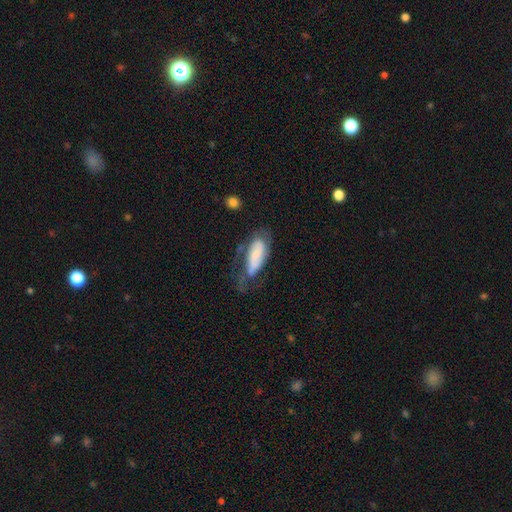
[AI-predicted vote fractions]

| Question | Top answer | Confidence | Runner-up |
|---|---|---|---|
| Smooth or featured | smooth | 53% | featured or disk (39%) |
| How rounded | in between | 76% | cigar-shaped (22%) |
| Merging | major disturbance | 38% | none (30%) |